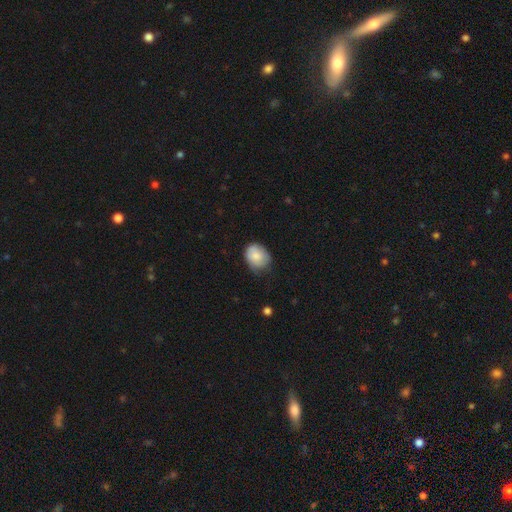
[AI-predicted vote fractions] This is likely a smooth galaxy (79%). How rounded: possibly in between (52%). Merging: possibly none (56%).